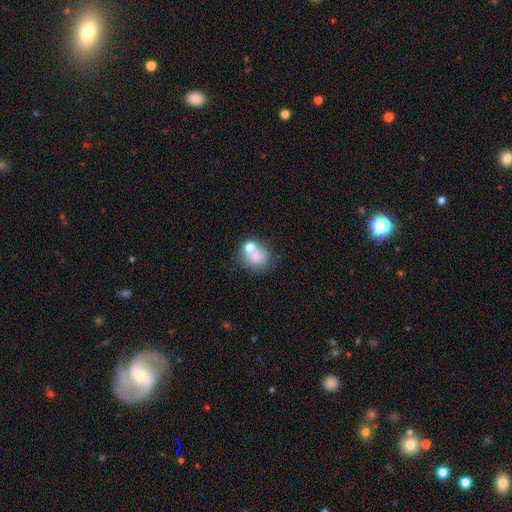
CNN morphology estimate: The model was most divided on "merging": none: 45%, merger: 29%, minor disturbance: 16%, major disturbance: 10%. More confident: smooth or featured — smooth (66%); how rounded — round (66%).